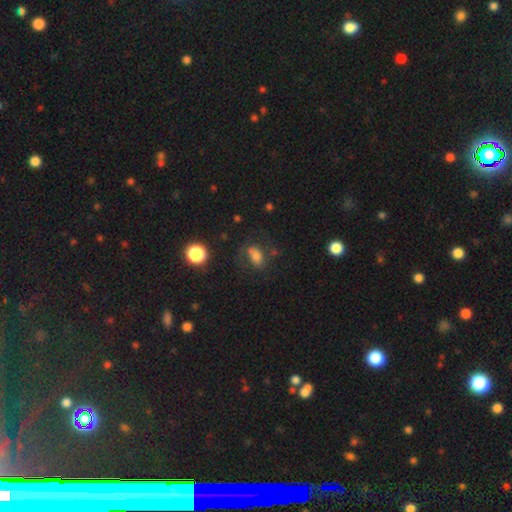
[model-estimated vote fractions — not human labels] smooth 65%, featured or disk 19%, star or artifact 16%. Down the decision tree: how rounded — in between (75%); merging — none (53%).